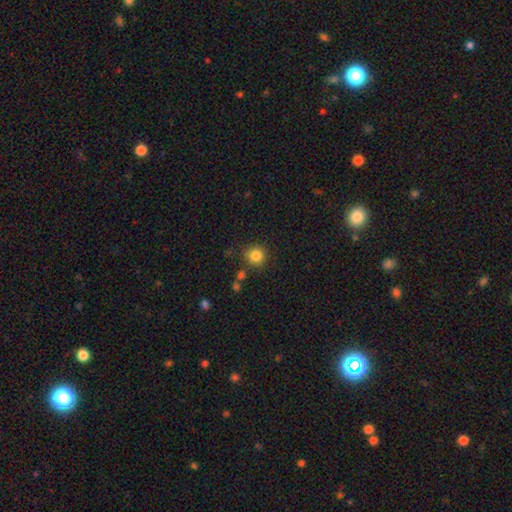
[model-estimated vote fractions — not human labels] The model was most divided on "smooth or featured": smooth: 84%, star or artifact: 11%, featured or disk: 5%. More confident: how rounded — round (91%); merging — none (83%).